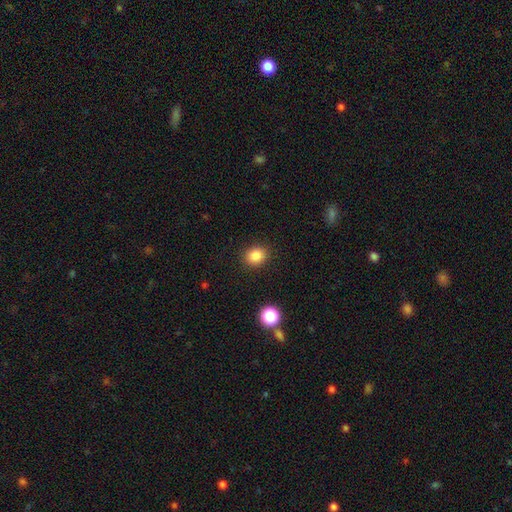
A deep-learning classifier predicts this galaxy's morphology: Overall: smooth (85%). How rounded: round (68%; in between 31%). Merging: none (89%).